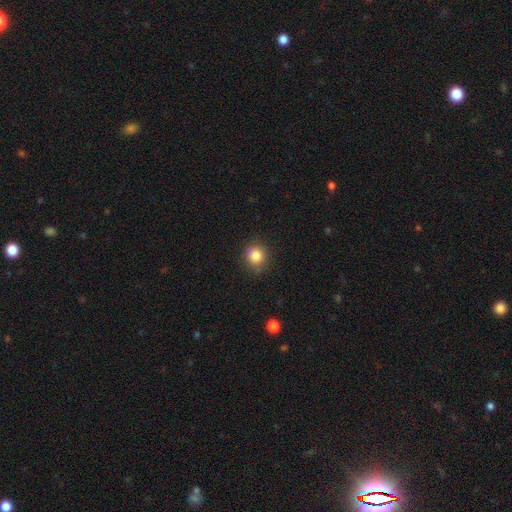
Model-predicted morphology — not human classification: Smooth or featured?
  - smooth: 83% *
  - star or artifact: 11%
  - featured or disk: 6%
How rounded?
  - round: 83% *
  - in between: 16%
  - cigar-shaped: 1%
Merging?
  - none: 82% *
  - minor disturbance: 13%
  - major disturbance: 3%
  - merger: 1%